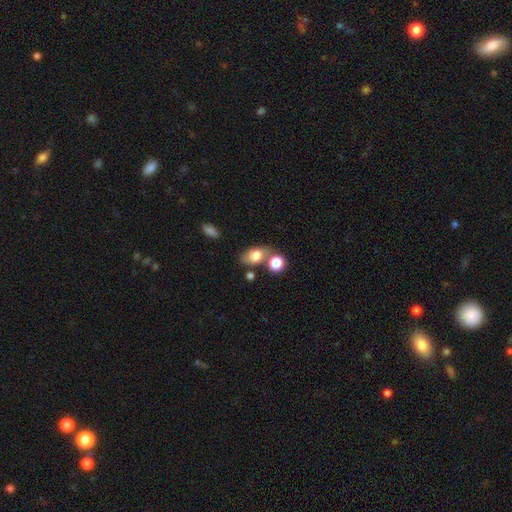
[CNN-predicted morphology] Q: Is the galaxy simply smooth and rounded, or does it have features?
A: smooth — 76%.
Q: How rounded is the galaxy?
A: in between — 78%.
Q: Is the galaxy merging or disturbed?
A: none — 56%.